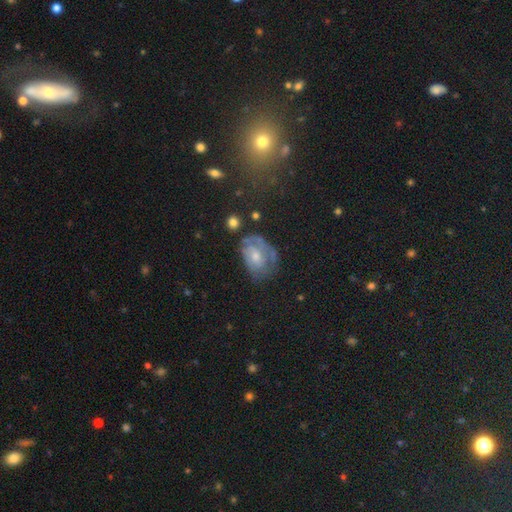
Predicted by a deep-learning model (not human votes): Morphology: type=featured or disk (60%); edge-on=no (96%); bar=no (71%); spiral arms=yes (68%); bulge=moderate (49%); merging=none (51%).